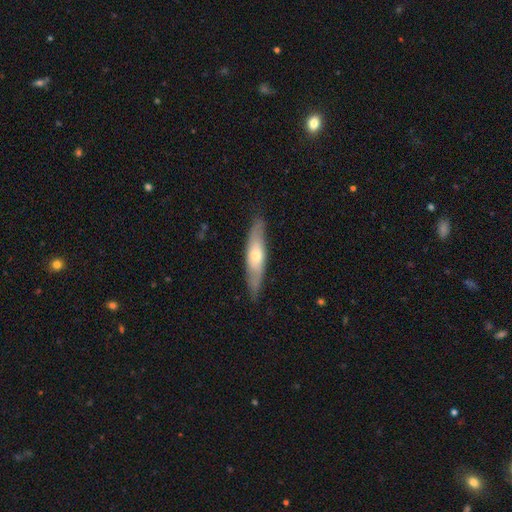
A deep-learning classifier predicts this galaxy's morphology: Smooth or featured? featured or disk (48%)
Merging? none (84%)